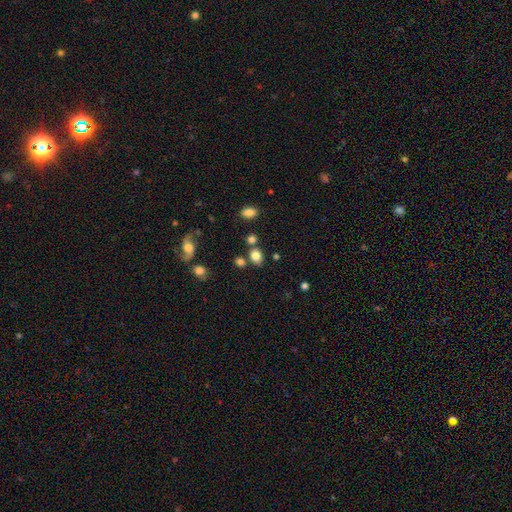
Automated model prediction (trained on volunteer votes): Smooth or featured?
  - smooth: 80% *
  - star or artifact: 11%
  - featured or disk: 8%
How rounded?
  - in between: 54% *
  - round: 45%
  - cigar-shaped: 1%
Merging?
  - none: 70% *
  - merger: 14%
  - minor disturbance: 12%
  - major disturbance: 4%